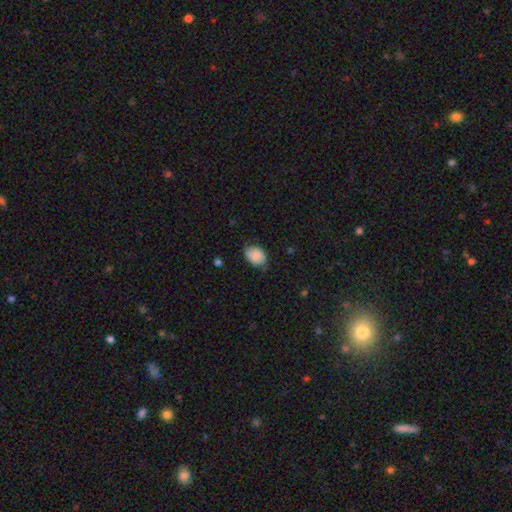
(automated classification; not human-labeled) smooth-or-featured: smooth: 79% | featured or disk: 13% | star or artifact: 8%
  how-rounded: in between: 67% | round: 32% | cigar-shaped: 1%
  merging: none: 62% | minor disturbance: 30% | major disturbance: 6% | merger: 1%